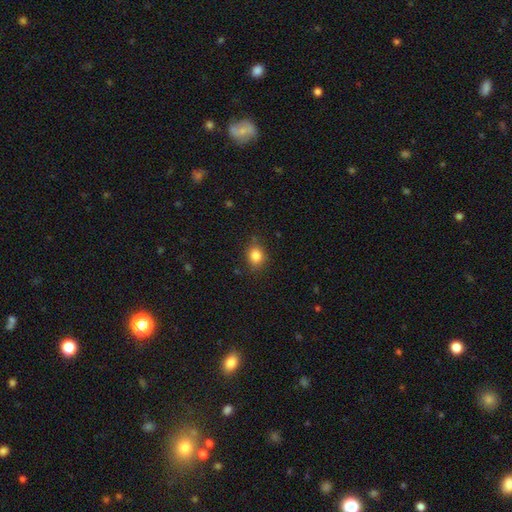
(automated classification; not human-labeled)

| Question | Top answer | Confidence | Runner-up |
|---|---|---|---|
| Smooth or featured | smooth | 84% | star or artifact (11%) |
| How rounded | round | 54% | in between (45%) |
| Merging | none | 78% | minor disturbance (16%) |